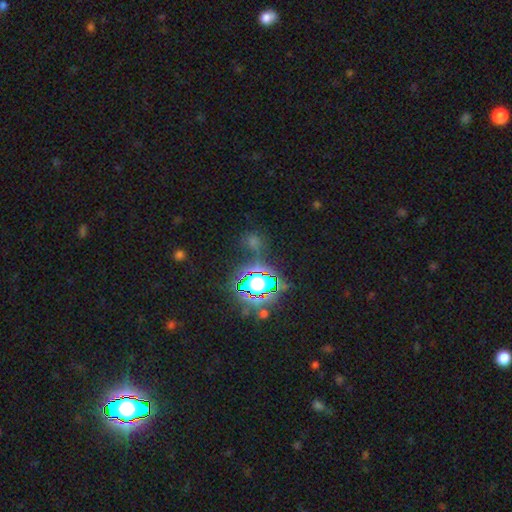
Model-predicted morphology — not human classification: smooth-or-featured: star or artifact: 79% | smooth: 13% | featured or disk: 8%